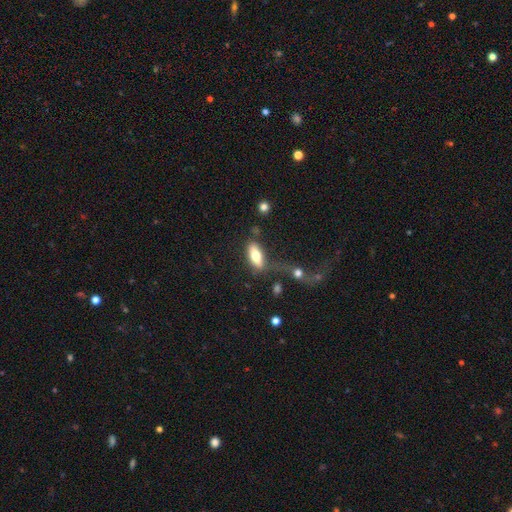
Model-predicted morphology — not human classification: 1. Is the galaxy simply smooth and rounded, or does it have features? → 70% smooth, 24% featured or disk, 7% star or artifact.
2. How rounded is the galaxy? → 77% in between, 19% cigar-shaped, 3% round.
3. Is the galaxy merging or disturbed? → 57% none, 18% minor disturbance, 12% merger, 12% major disturbance.